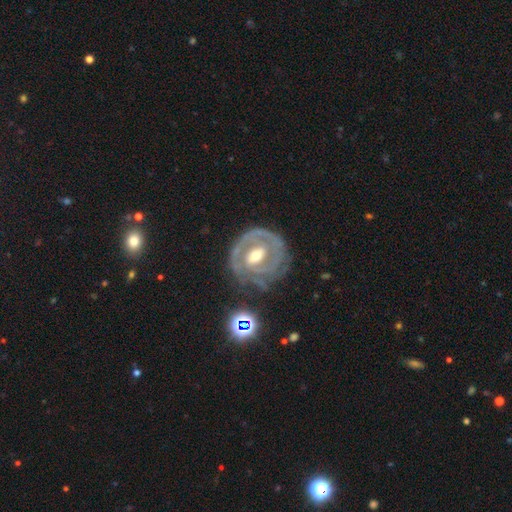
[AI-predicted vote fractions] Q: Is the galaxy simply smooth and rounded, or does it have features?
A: featured or disk — 83%.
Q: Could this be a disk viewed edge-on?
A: no — 97%.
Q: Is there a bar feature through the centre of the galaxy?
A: weak — 46%.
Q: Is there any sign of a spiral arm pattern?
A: yes — 79%.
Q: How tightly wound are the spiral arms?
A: tight — 68%.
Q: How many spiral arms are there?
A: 2 — 35%.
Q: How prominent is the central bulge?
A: moderate — 68%.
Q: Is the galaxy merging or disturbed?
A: none — 61%.